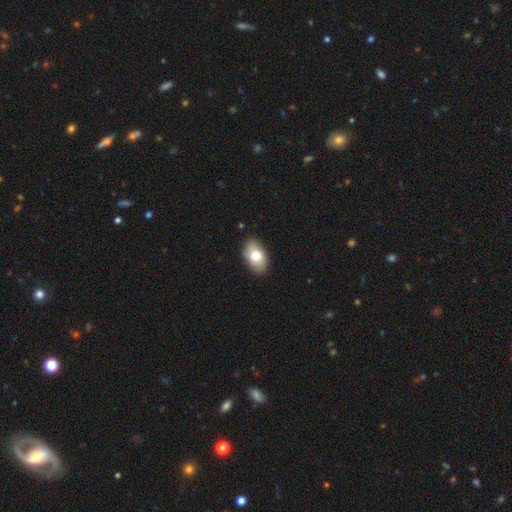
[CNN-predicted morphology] A smooth galaxy with no disk features (76%) that is in between round and cigar-shaped (91%). Merging: none (87%).